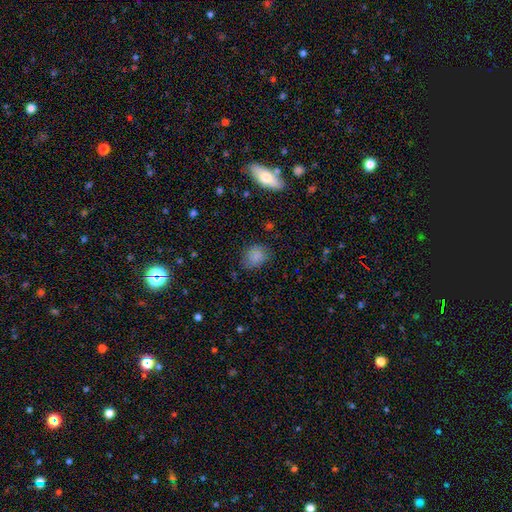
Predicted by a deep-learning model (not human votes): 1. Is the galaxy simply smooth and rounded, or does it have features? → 78% smooth, 15% star or artifact, 7% featured or disk.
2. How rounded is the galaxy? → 54% in between, 45% round, 1% cigar-shaped.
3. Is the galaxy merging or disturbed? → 76% none, 18% minor disturbance, 5% major disturbance, 2% merger.